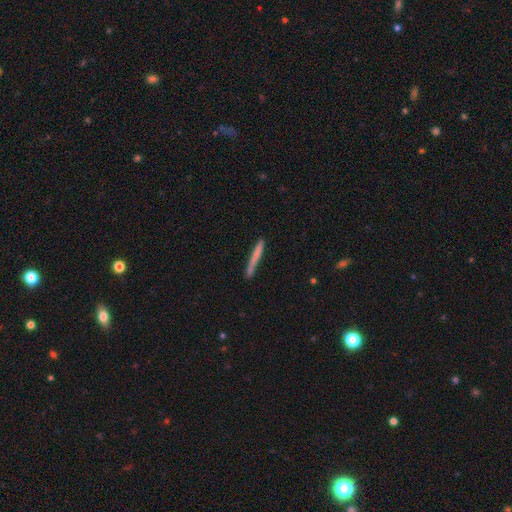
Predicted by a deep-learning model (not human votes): This is likely a smooth galaxy (64%). How rounded: clearly cigar-shaped (96%). Merging: clearly none (80%).